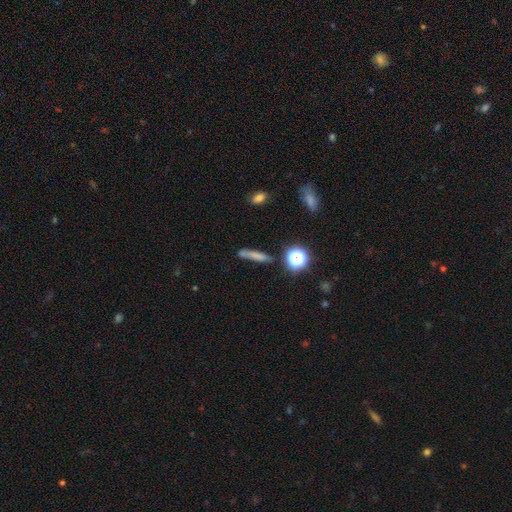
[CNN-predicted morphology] Smooth or featured: smooth — 68% (star or artifact — 16%)
How rounded: cigar-shaped — 80% (in between — 11%)
Merging: none — 74% (minor disturbance — 15%)